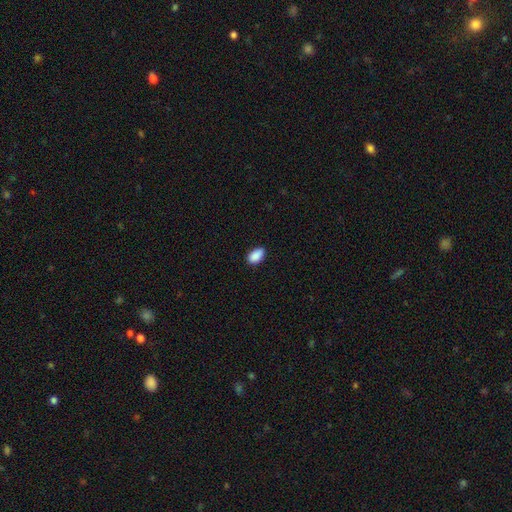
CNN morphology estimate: smooth 89%, star or artifact 7%, featured or disk 3%. Down the decision tree: how rounded — in between (92%); merging — none (81%).